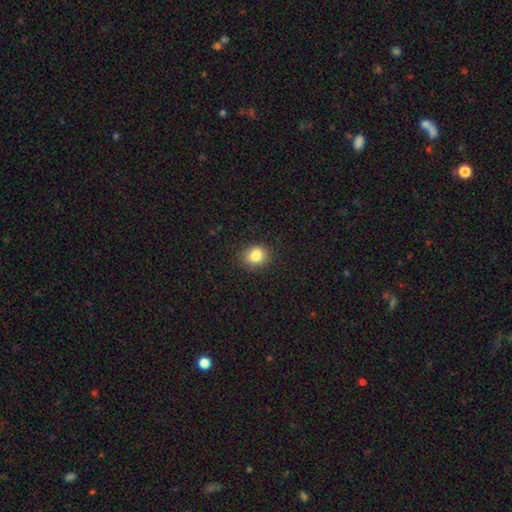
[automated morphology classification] smooth-or-featured: smooth: 83% | star or artifact: 11% | featured or disk: 6%
  how-rounded: round: 66% | in between: 33% | cigar-shaped: 1%
  merging: none: 85% | minor disturbance: 11% | major disturbance: 3% | merger: 1%